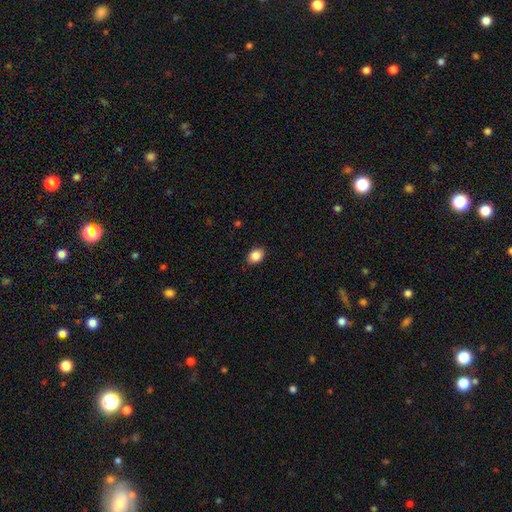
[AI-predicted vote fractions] smooth_or_featured: smooth (p=0.87) [alt: star or artifact p=0.09]
how_rounded: in between (p=0.61) [alt: round p=0.38]
merging: none (p=0.88) [alt: minor disturbance p=0.09]